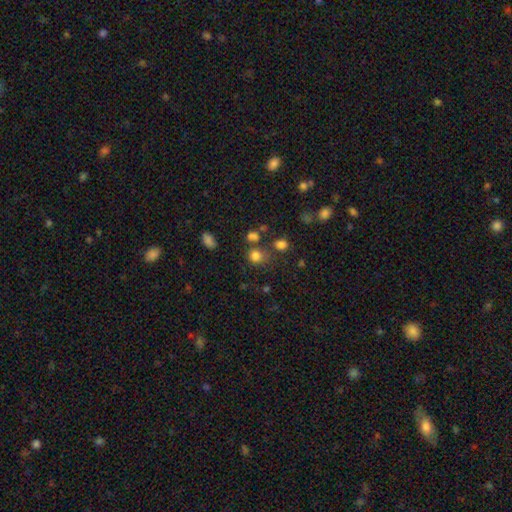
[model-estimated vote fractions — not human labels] This appears to be a smooth galaxy with no disk features (78%) that is round (75%). Merging: none (64%).